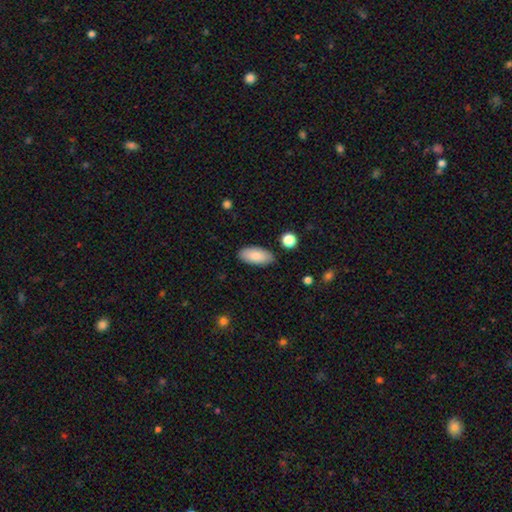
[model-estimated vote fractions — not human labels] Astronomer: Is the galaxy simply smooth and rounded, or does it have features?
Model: smooth — 86%.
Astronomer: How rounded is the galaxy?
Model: in between — 90%.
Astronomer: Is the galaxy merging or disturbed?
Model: none — 86%.